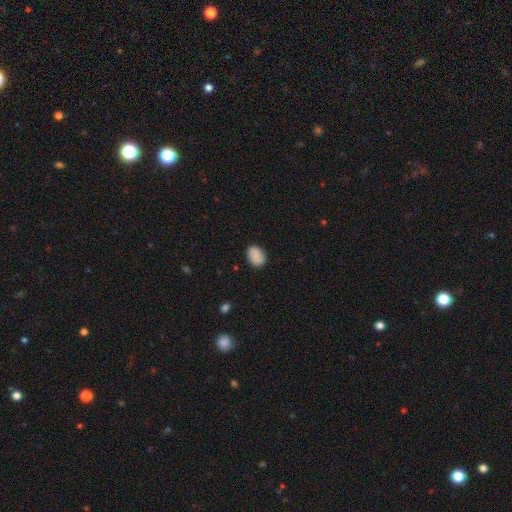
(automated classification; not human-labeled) Smooth or featured?
  - smooth: 86% *
  - star or artifact: 8%
  - featured or disk: 6%
How rounded?
  - in between: 75% *
  - round: 24%
  - cigar-shaped: 1%
Merging?
  - none: 83% *
  - minor disturbance: 13%
  - major disturbance: 3%
  - merger: 1%